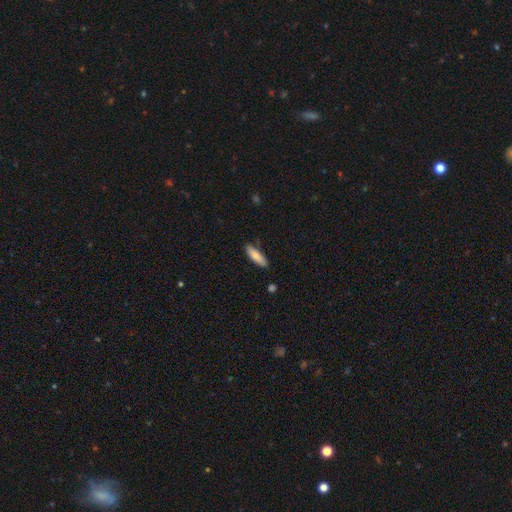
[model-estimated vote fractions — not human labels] Morphology: type=smooth (81%); roundness=cigar-shaped (59%); merging=none (81%).